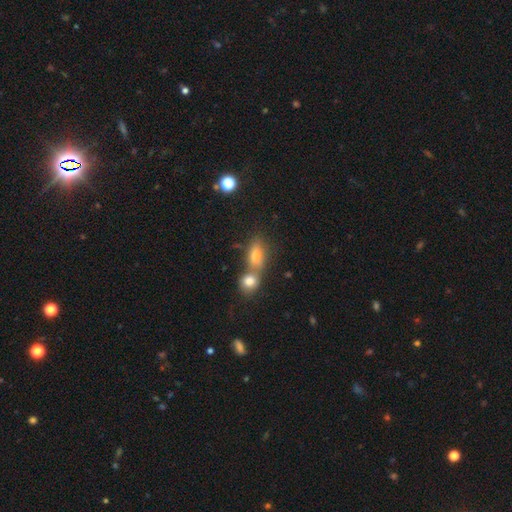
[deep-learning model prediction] smooth-or-featured: smooth: 75% | featured or disk: 14% | star or artifact: 11%
  how-rounded: in between: 74% | round: 20% | cigar-shaped: 6%
  merging: merger: 52% | none: 35% | minor disturbance: 9% | major disturbance: 4%